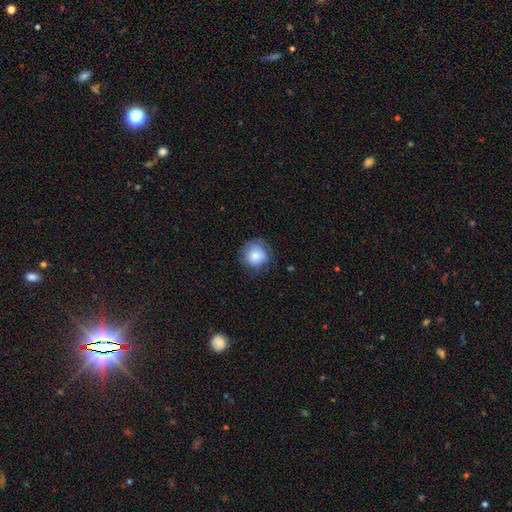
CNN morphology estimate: smooth-or-featured: smooth: 80% | featured or disk: 12% | star or artifact: 8%
  how-rounded: round: 89% | in between: 10% | cigar-shaped: 1%
  merging: none: 71% | minor disturbance: 21% | major disturbance: 7% | merger: 1%